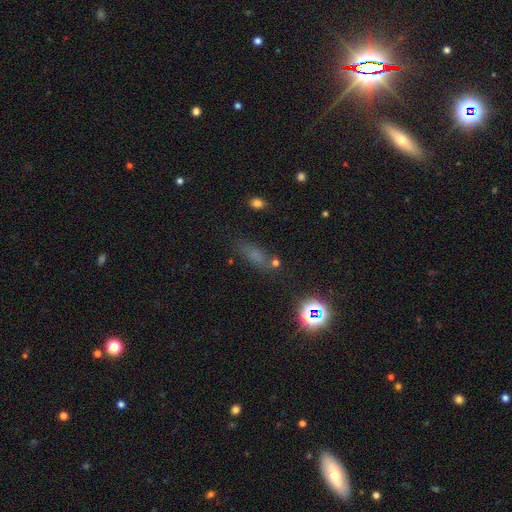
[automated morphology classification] A smooth galaxy with no disk features (57%) that is in between round and cigar-shaped (51%). Merging: none (74%).